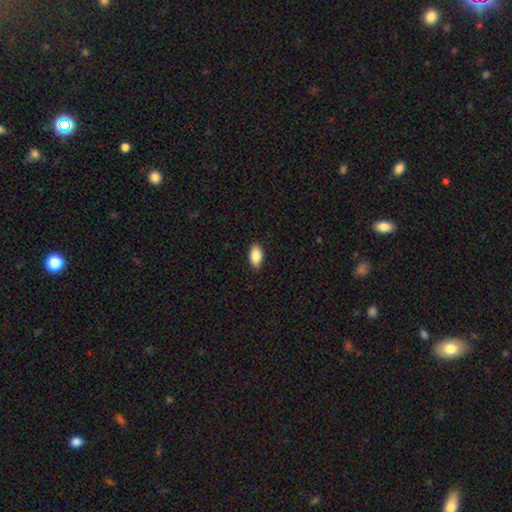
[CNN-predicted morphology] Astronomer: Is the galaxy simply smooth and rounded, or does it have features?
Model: smooth — 86%.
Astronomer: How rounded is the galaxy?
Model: in between — 92%.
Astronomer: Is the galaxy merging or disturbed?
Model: none — 88%.